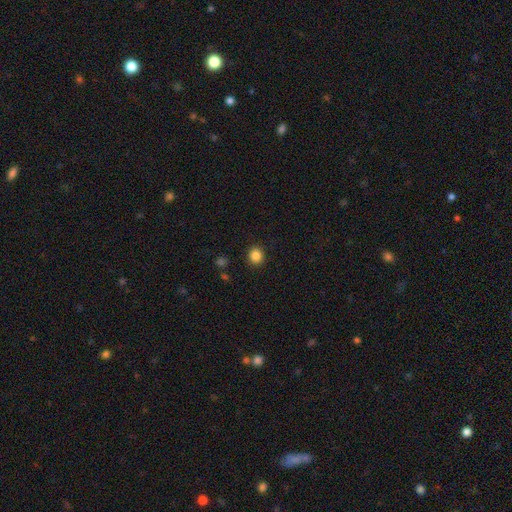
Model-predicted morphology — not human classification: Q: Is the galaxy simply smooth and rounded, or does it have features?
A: smooth — 86%.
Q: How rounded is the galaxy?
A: round — 88%.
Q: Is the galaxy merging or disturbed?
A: none — 91%.